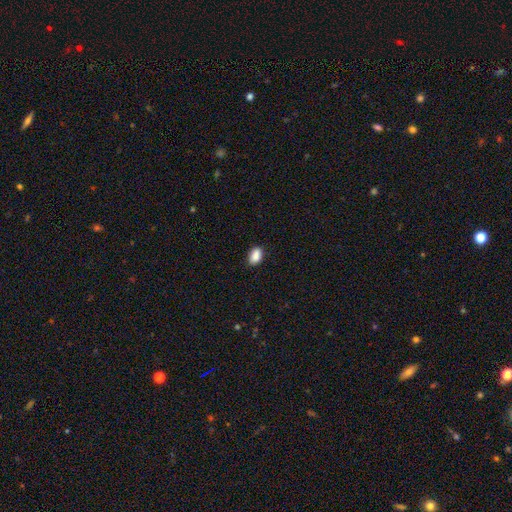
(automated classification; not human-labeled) Smooth or featured? Predicted: smooth (p=0.88). How rounded? Predicted: in between (p=0.86). Merging? Predicted: none (p=0.84).